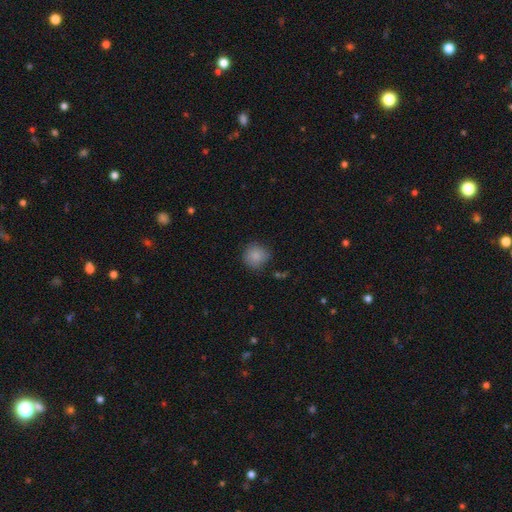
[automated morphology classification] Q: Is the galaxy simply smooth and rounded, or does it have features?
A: smooth — 86%.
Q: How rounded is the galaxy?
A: round — 92%.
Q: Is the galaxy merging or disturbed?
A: none — 81%.